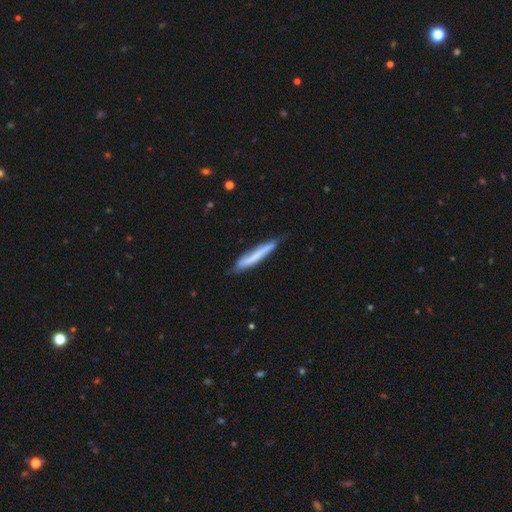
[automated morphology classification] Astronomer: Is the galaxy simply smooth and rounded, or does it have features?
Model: smooth — 59% (runner-up: featured or disk, 35%).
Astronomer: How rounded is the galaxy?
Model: cigar-shaped — 94%.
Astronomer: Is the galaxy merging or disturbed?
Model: none — 70%.